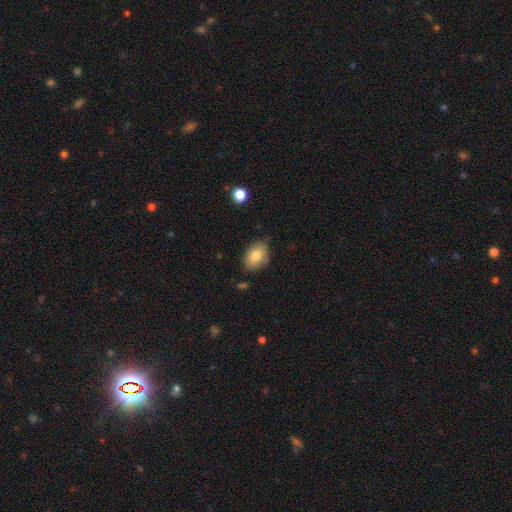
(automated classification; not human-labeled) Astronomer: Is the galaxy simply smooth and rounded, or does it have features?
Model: smooth — 81%.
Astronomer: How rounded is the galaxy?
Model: in between — 84%.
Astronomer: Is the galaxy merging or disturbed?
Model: none — 70%.